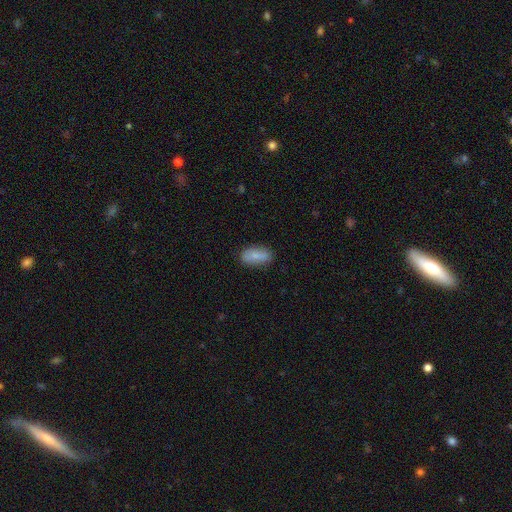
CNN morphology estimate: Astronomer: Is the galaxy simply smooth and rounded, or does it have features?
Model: smooth — 77%.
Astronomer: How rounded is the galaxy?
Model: in between — 90%.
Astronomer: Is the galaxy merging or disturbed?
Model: none — 81%.